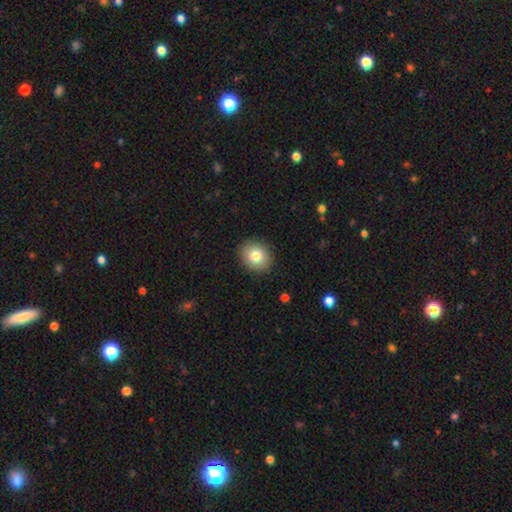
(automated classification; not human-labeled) Morphology: type=smooth (80%); roundness=round (65%); merging=none (90%).